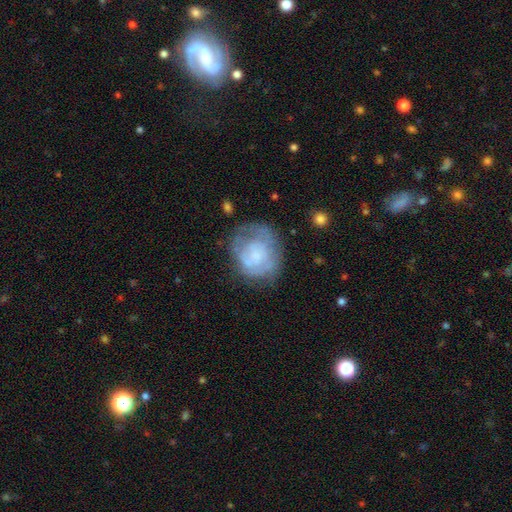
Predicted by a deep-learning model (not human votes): featured or disk 53%, smooth 39%, star or artifact 8%. Down the decision tree: edge-on disk — no (98%); bar — no (83%); spiral arms — no (53%); bulge size — none (35%); merging — none (55%).